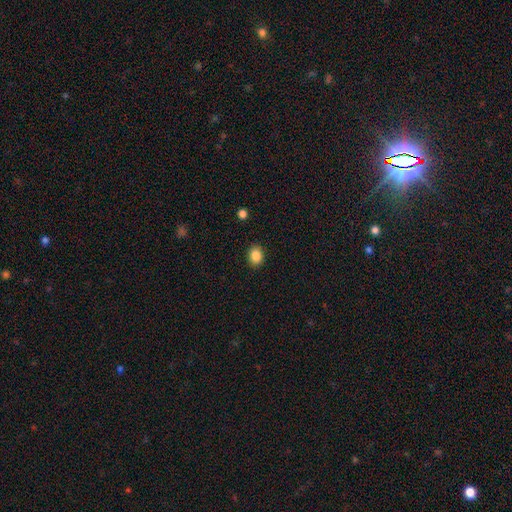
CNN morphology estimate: smooth-or-featured: smooth: 86% | star or artifact: 9% | featured or disk: 4%
  how-rounded: in between: 54% | round: 45% | cigar-shaped: 1%
  merging: none: 90% | minor disturbance: 7% | major disturbance: 2% | merger: 1%